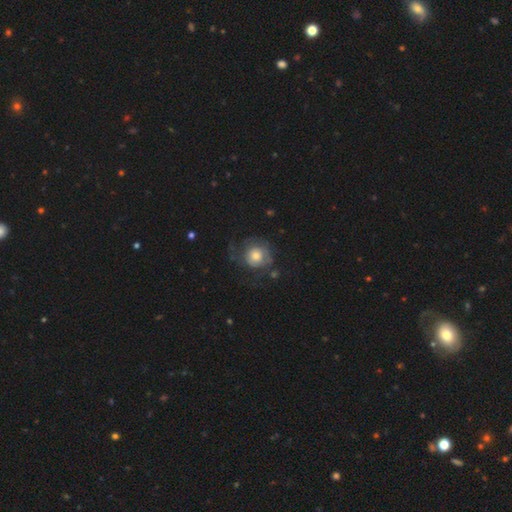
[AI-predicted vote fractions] The model was most divided on "smooth or featured": smooth: 51%, featured or disk: 40%, star or artifact: 9%. More confident: how rounded — round (87%); merging — none (53%).